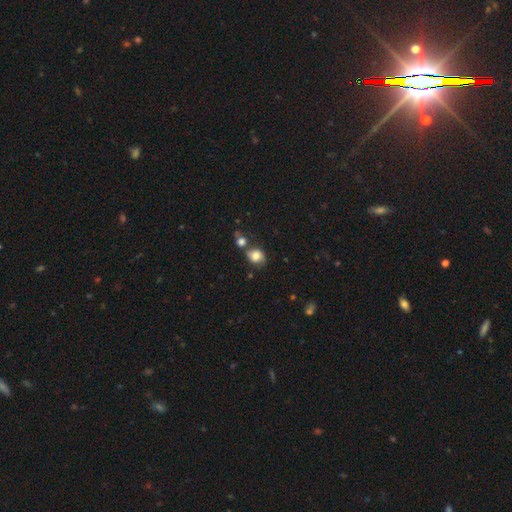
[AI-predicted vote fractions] The model was most divided on "how rounded": round: 57%, in between: 41%, cigar-shaped: 1%. More confident: smooth or featured — smooth (75%); merging — none (51%).